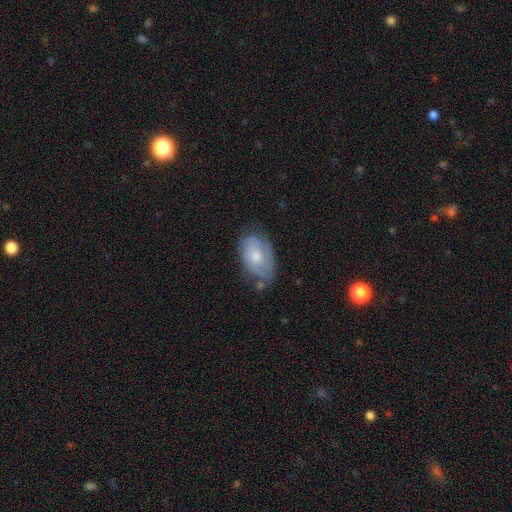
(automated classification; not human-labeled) smooth 53%, featured or disk 40%, star or artifact 7%. Down the decision tree: how rounded — in between (91%); merging — none (56%).